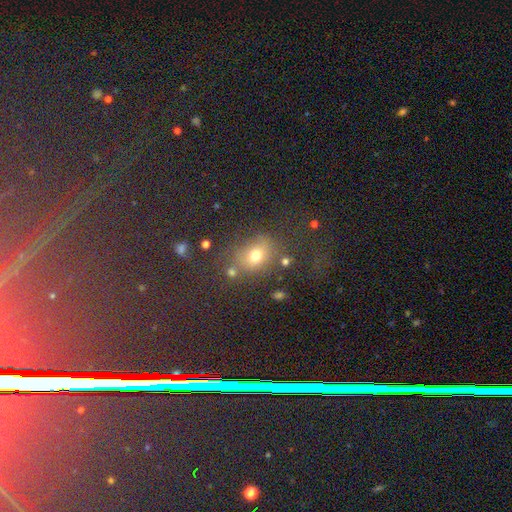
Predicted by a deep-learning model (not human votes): This is clearly a star or artifact rather than a galaxy (85%).